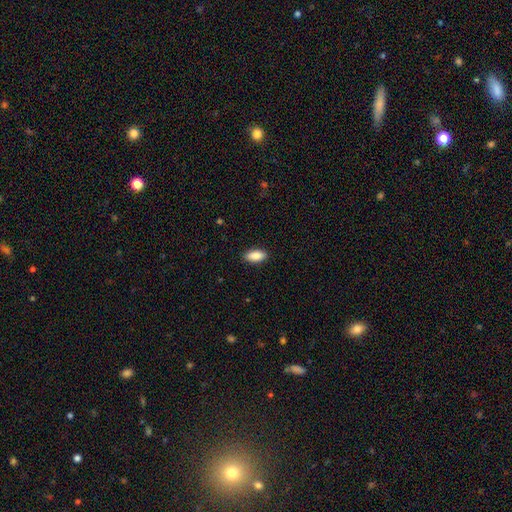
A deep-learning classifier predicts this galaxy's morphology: A smooth galaxy with no disk features (88%) that is in between round and cigar-shaped (90%). Merging: none (89%).